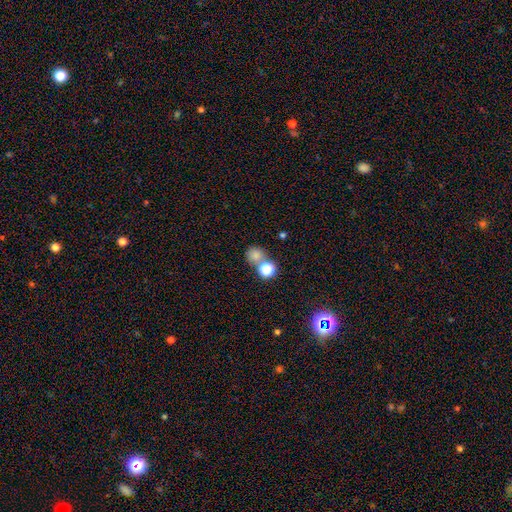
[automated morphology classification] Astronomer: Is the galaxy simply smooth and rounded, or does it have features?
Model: smooth — 76%.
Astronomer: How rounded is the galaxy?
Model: round — 82%.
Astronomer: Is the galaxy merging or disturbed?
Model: none — 48% (runner-up: merger, 39%).